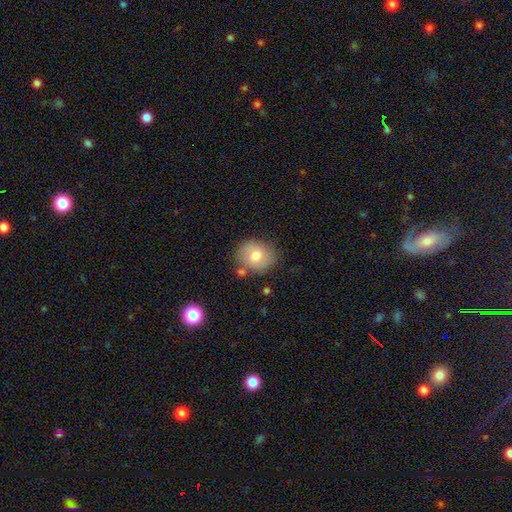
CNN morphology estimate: Smooth or featured: smooth — 72% (featured or disk — 19%)
How rounded: round — 71% (in between — 28%)
Merging: none — 72% (minor disturbance — 17%)